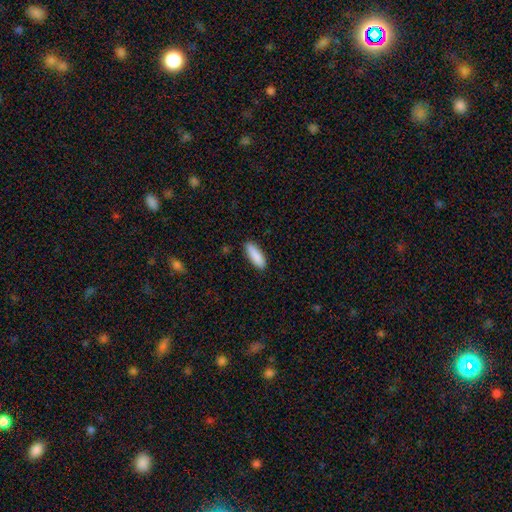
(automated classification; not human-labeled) The model was most divided on "how rounded": in between: 56%, cigar-shaped: 43%, round: 2%. More confident: smooth or featured — smooth (90%); merging — none (88%).